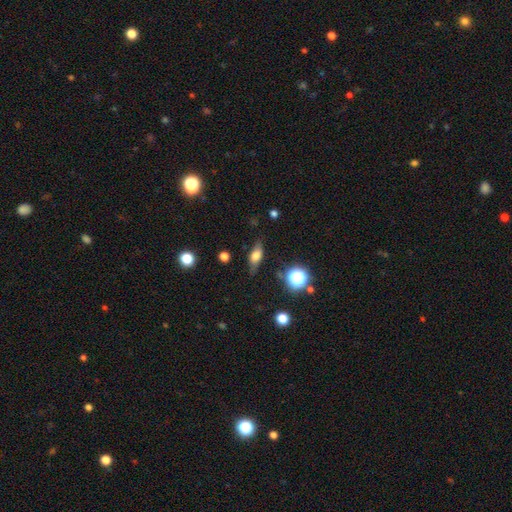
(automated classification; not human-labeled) Smooth or featured? Predicted: smooth (p=0.59). How rounded? Predicted: in between (p=0.64). Merging? Predicted: none (p=0.78).